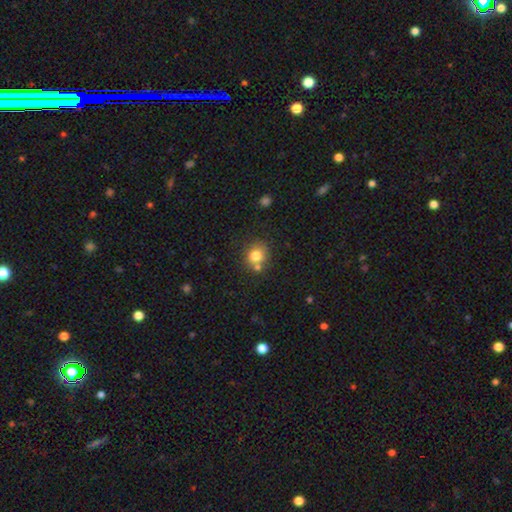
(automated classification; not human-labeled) Smooth or featured? Predicted: smooth (p=0.77). How rounded? Predicted: round (p=0.84). Merging? Predicted: none (p=0.64).